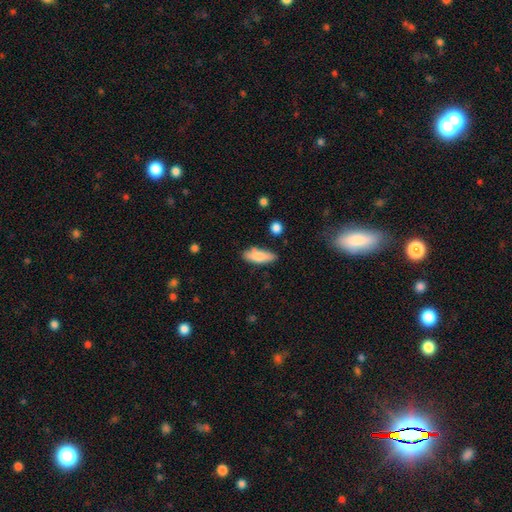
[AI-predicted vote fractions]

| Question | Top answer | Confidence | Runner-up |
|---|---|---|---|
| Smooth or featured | smooth | 78% | featured or disk (15%) |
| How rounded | in between | 62% | cigar-shaped (36%) |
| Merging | none | 77% | minor disturbance (16%) |